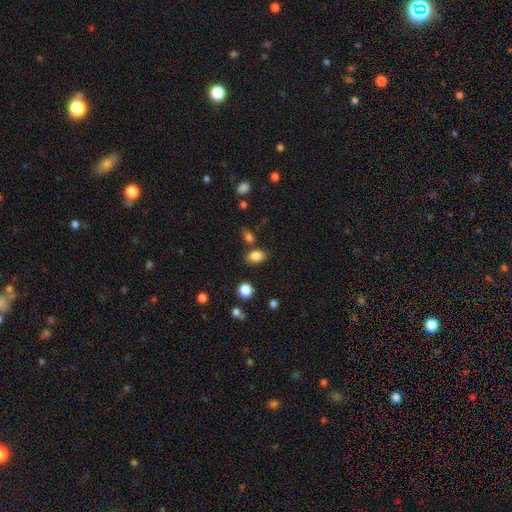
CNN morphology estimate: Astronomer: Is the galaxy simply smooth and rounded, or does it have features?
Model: smooth — 84%.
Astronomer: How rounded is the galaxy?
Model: in between — 78%.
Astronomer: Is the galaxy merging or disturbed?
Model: none — 74%.